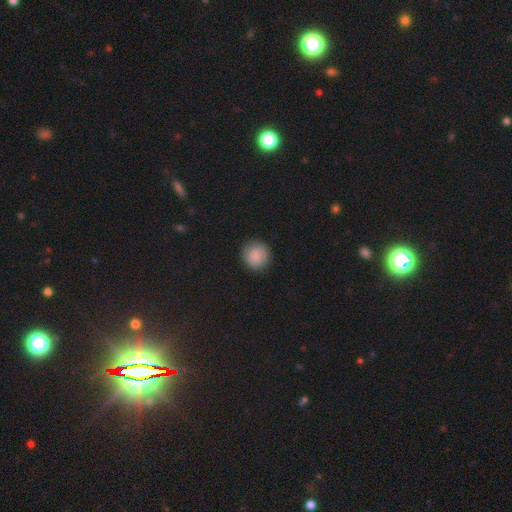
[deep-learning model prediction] smooth 87%, star or artifact 8%, featured or disk 5%. Down the decision tree: how rounded — round (91%); merging — none (88%).